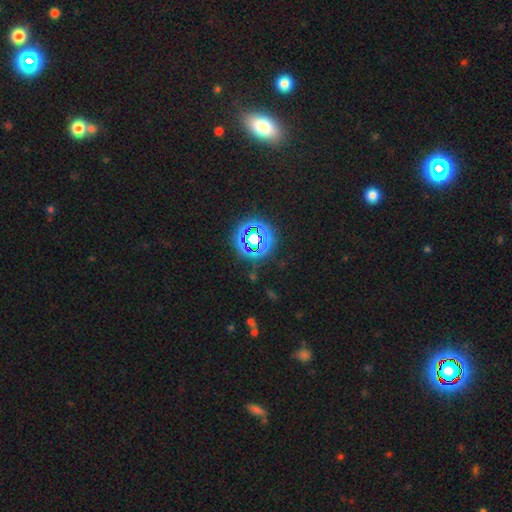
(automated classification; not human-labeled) Morphology: type=star or artifact (53%).